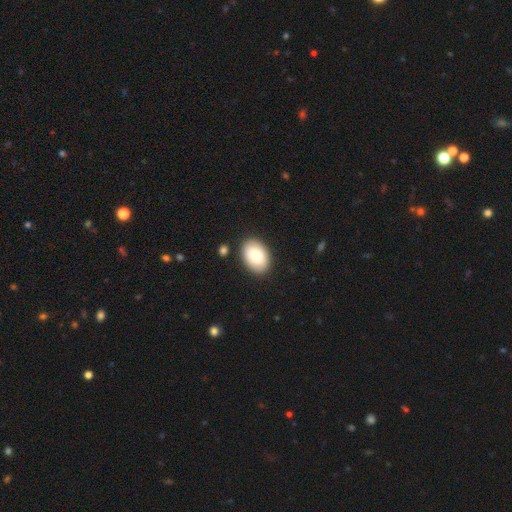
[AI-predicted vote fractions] Q: Smooth or featured?
A: smooth (83%); runner-up: featured or disk (11%)
Q: How rounded?
A: in between (87%); runner-up: round (12%)
Q: Merging?
A: none (87%); runner-up: minor disturbance (9%)